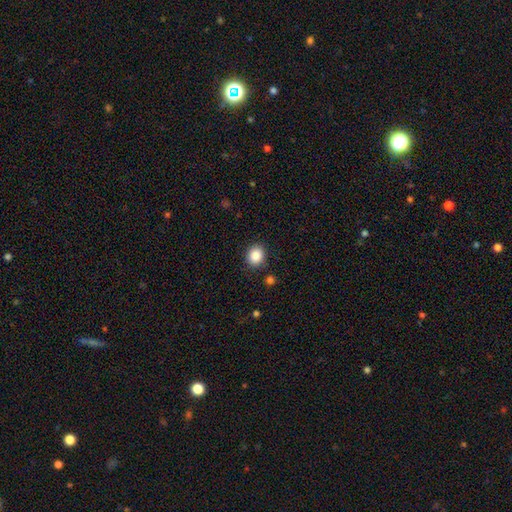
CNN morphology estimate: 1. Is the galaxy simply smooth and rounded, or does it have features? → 88% smooth, 9% star or artifact, 3% featured or disk.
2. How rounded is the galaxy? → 68% round, 31% in between, 1% cigar-shaped.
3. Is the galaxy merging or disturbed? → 87% none, 8% minor disturbance, 3% major disturbance, 2% merger.